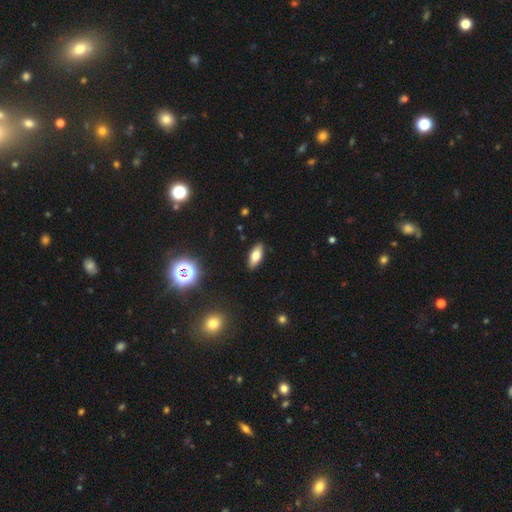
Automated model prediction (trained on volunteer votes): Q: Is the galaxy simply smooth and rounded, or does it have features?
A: smooth — 69%.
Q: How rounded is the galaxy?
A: in between — 80%.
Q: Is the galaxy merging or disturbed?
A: none — 89%.